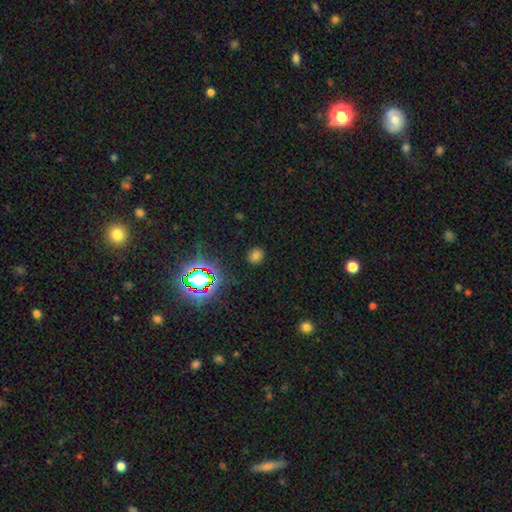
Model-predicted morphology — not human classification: smooth-or-featured: smooth: 64% | star or artifact: 29% | featured or disk: 7%
  how-rounded: round: 69% | in between: 30% | cigar-shaped: 1%
  merging: none: 86% | minor disturbance: 9% | major disturbance: 3% | merger: 2%